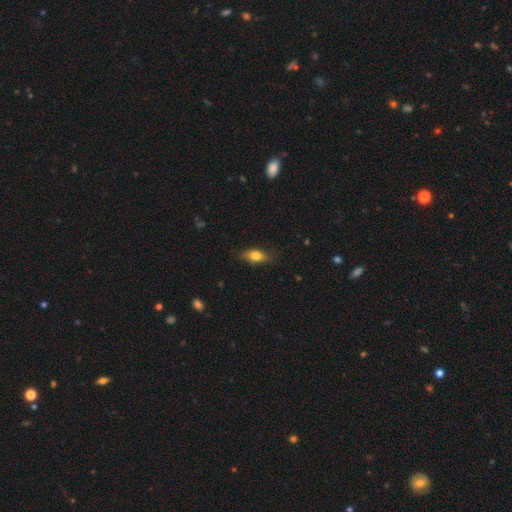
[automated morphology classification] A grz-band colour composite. It shows a smooth galaxy with no disk features (74%) that is in between round and cigar-shaped (76%). Merging: none (76%).